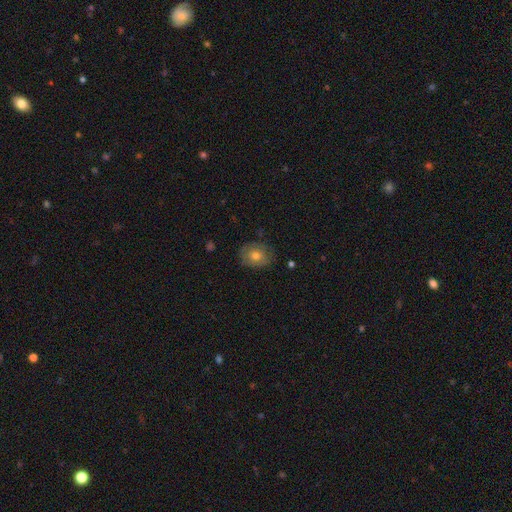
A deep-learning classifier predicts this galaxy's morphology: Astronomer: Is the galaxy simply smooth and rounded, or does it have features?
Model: smooth — 60%.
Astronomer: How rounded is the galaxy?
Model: round — 56% (runner-up: in between, 43%).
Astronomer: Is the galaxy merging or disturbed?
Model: none — 78%.